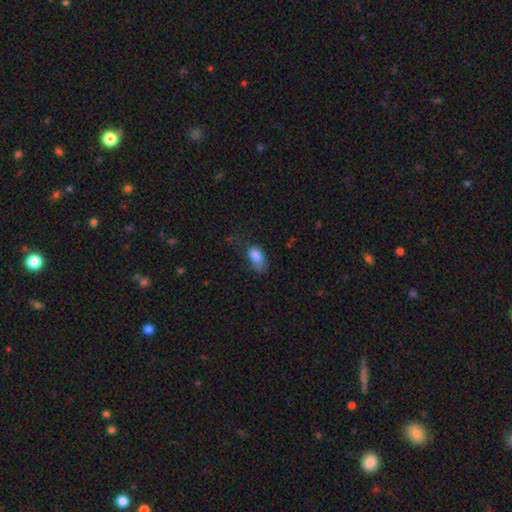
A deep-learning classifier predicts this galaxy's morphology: A smooth galaxy with no disk features (82%) that is in between round and cigar-shaped (91%).

Vote fractions:
- Smooth or featured? smooth: 82% / featured or disk: 9% / star or artifact: 9%
- How rounded? in between: 91% / round: 5% / cigar-shaped: 4%
- Merging? minor disturbance: 33% / none: 32% / major disturbance: 32% / merger: 4%